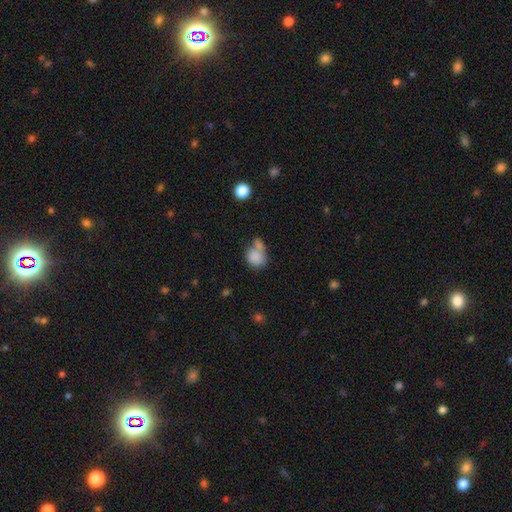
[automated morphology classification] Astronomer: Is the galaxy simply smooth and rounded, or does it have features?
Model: smooth — 82%.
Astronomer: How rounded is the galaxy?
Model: round — 68%.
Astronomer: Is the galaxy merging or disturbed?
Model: merger — 41% (runner-up: none, 37%).